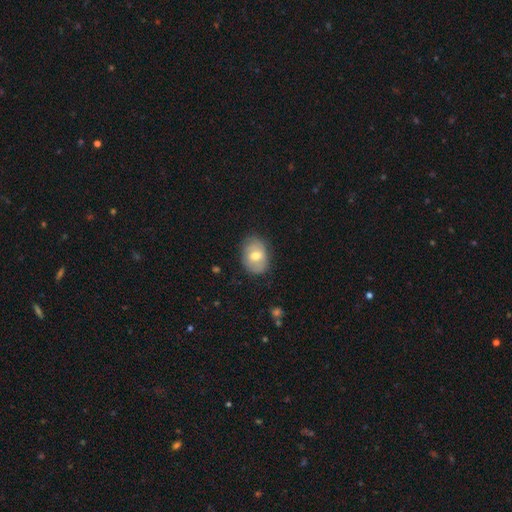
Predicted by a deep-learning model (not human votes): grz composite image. It shows a smooth galaxy with no disk features (58%) that is in between round and cigar-shaped (74%). Merging: none (74%).